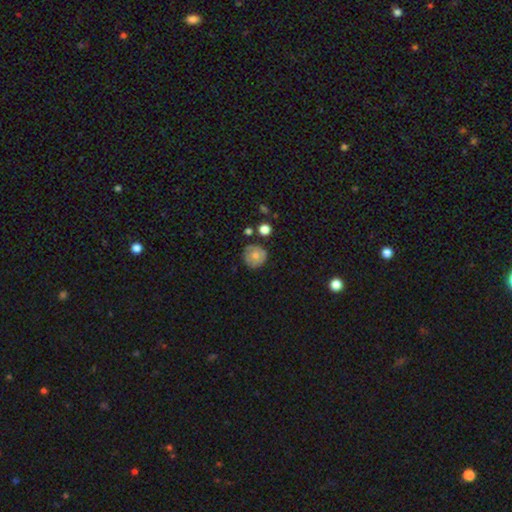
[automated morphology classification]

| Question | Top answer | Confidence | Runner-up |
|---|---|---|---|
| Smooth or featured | smooth | 59% | featured or disk (33%) |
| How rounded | round | 91% | in between (8%) |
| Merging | none | 72% | minor disturbance (19%) |